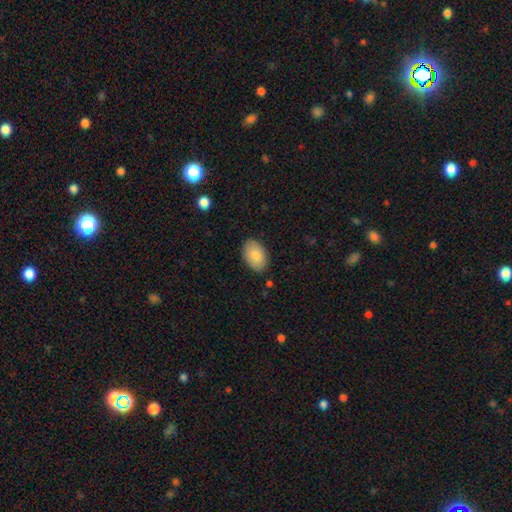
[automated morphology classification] smooth_or_featured: smooth (p=0.83) [alt: featured or disk p=0.11]
how_rounded: in between (p=0.90) [alt: round p=0.09]
merging: none (p=0.86) [alt: minor disturbance p=0.11]